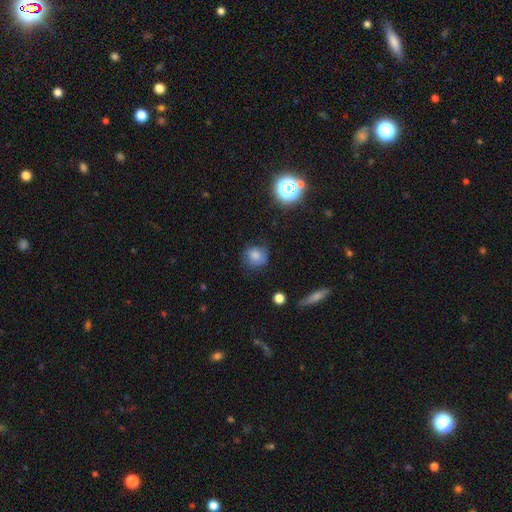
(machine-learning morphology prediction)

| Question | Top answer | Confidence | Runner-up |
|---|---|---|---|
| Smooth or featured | smooth | 75% | star or artifact (13%) |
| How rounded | round | 80% | in between (19%) |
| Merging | none | 68% | minor disturbance (23%) |